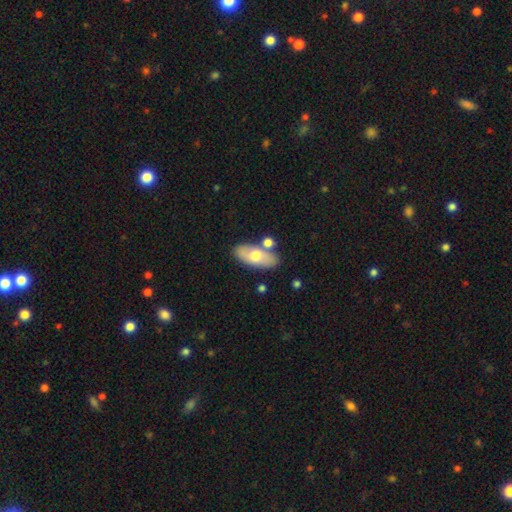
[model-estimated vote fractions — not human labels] The model was most divided on "smooth or featured": smooth: 59%, featured or disk: 35%, star or artifact: 6%. More confident: how rounded — in between (87%); merging — none (73%).